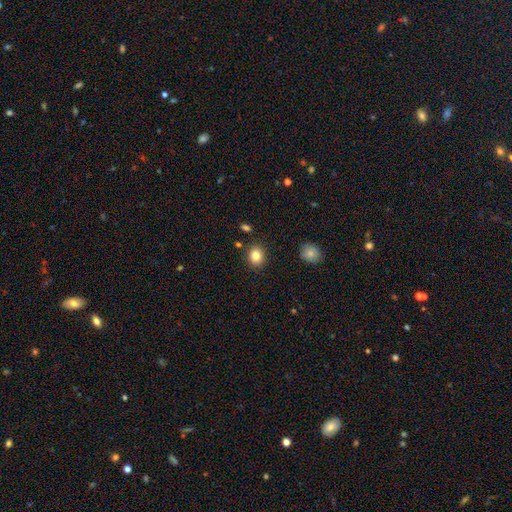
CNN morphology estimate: Smooth or featured: smooth — 83% (star or artifact — 10%)
How rounded: round — 64% (in between — 35%)
Merging: none — 88% (minor disturbance — 8%)